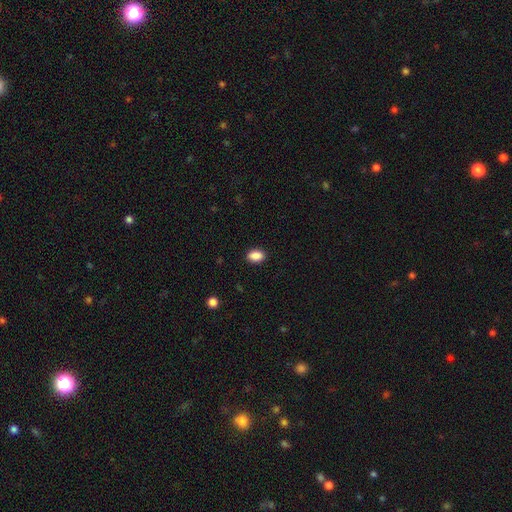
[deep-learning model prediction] smooth-or-featured: smooth: 89% | star or artifact: 8% | featured or disk: 3%
  how-rounded: in between: 86% | round: 12% | cigar-shaped: 1%
  merging: none: 89% | minor disturbance: 8% | major disturbance: 2% | merger: 1%